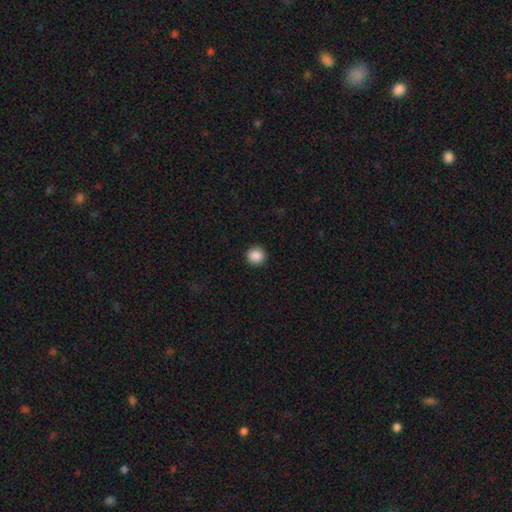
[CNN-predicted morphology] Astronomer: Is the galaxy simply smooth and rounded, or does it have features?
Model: smooth — 88%.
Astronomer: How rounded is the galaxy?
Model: round — 92%.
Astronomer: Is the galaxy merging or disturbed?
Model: none — 92%.